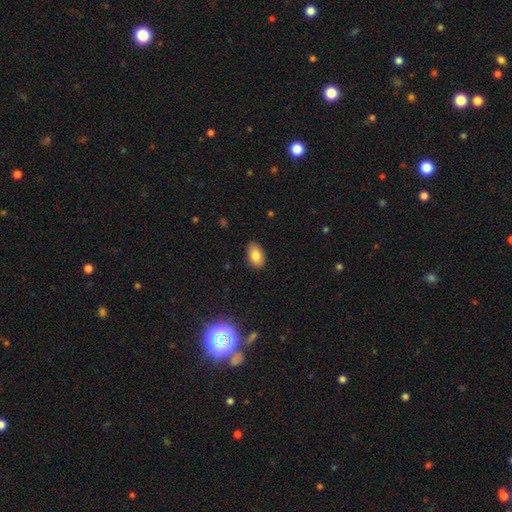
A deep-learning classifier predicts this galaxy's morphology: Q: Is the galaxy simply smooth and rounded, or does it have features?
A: smooth — 82%.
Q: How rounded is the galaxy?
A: in between — 91%.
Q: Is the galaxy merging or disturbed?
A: none — 86%.